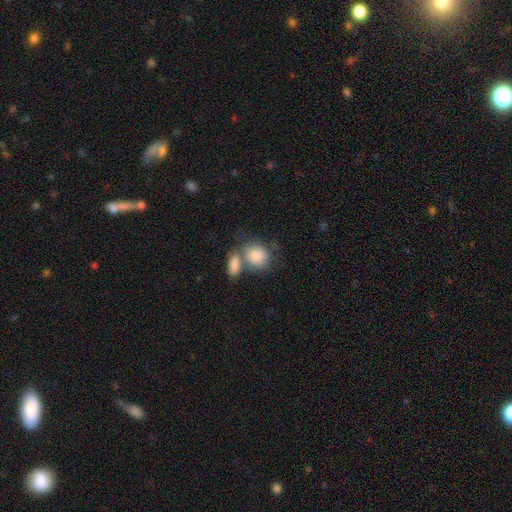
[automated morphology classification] Smooth or featured? smooth (84%)
How rounded? in between (49%, tied with round)
Merging? merger (46%)